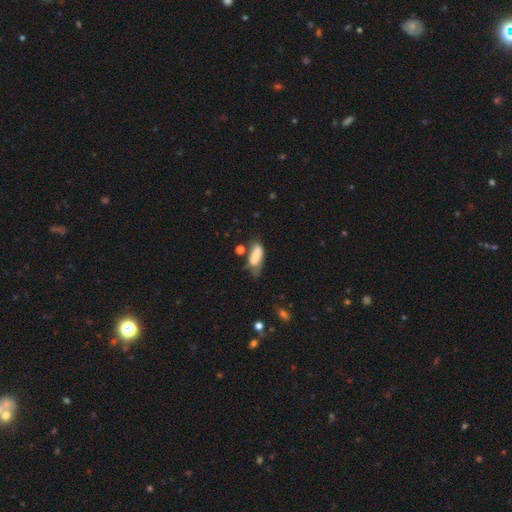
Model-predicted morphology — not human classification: The model was most divided on "merging": minor disturbance: 35%, none: 33%, major disturbance: 22%, merger: 10%. More confident: how rounded — in between (79%); smooth or featured — smooth (77%).